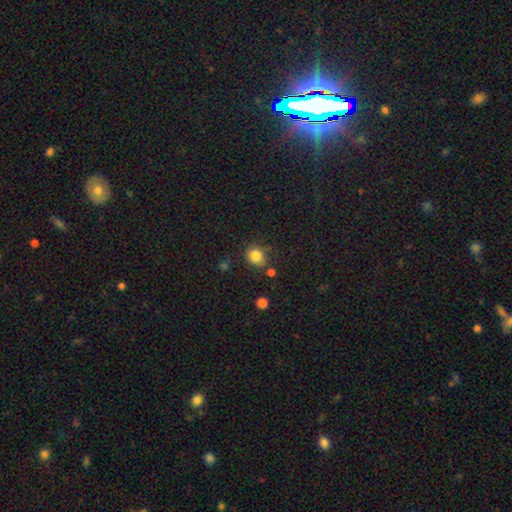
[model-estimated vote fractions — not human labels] A smooth galaxy with no disk features (83%) that is round (66%).

Vote fractions:
- Smooth or featured? smooth: 83% / star or artifact: 11% / featured or disk: 6%
- How rounded? round: 66% / in between: 33% / cigar-shaped: 1%
- Merging? none: 67% / minor disturbance: 20% / merger: 7% / major disturbance: 6%